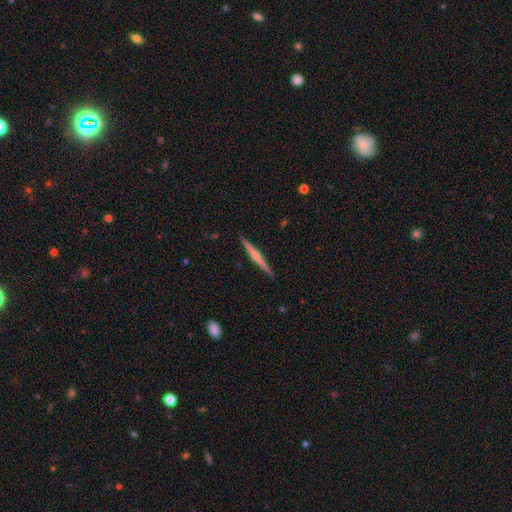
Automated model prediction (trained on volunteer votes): Morphology: type=featured or disk (58%); edge-on=yes (98%); edge-on bulge=none (46%); merging=none (91%).